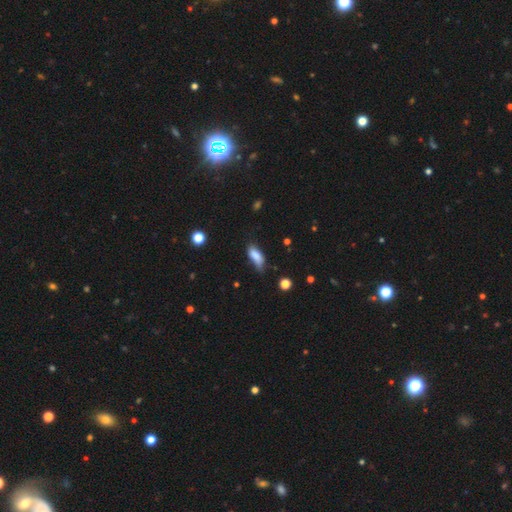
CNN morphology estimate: This is clearly a smooth galaxy (80%). How rounded: likely in between (78%). Merging: possibly none (45%).